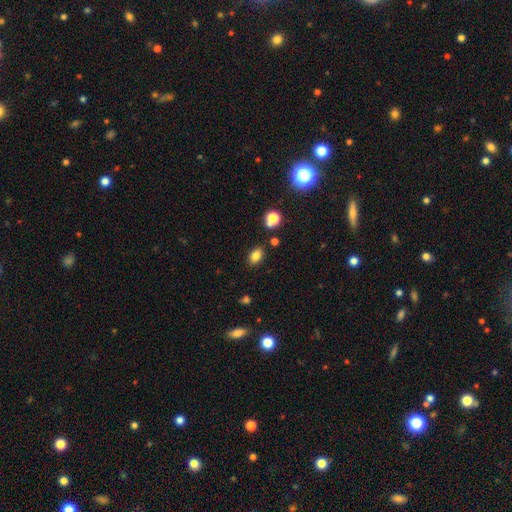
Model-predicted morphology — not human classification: Smooth or featured? smooth (81%)
How rounded? in between (83%)
Merging? none (84%)